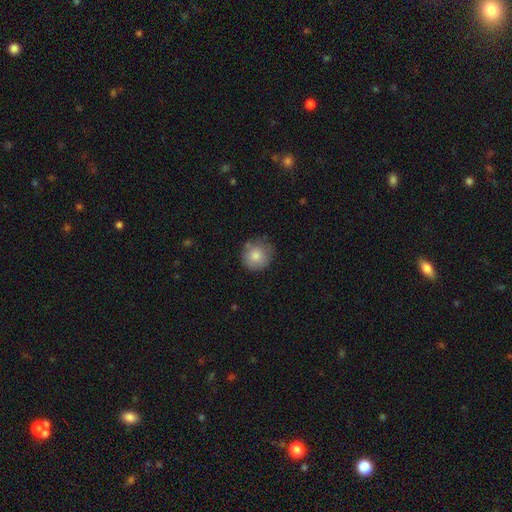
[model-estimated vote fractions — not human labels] Q: Smooth or featured?
A: smooth (82%); runner-up: featured or disk (9%)
Q: How rounded?
A: round (90%); runner-up: in between (9%)
Q: Merging?
A: none (74%); runner-up: minor disturbance (19%)